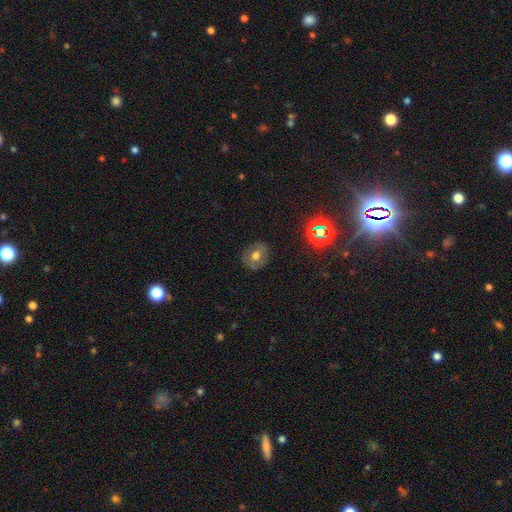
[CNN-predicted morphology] smooth_or_featured: smooth (p=0.55) [alt: featured or disk p=0.31]
how_rounded: round (p=0.70) [alt: in between p=0.29]
merging: none (p=0.84) [alt: minor disturbance p=0.12]